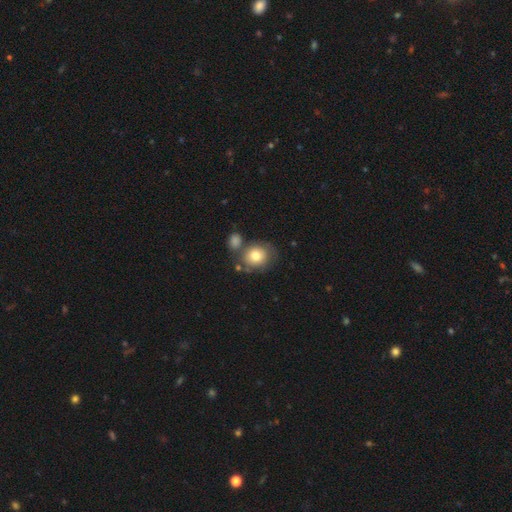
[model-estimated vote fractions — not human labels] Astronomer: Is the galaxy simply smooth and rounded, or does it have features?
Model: smooth — 77%.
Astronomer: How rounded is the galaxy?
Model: round — 73%.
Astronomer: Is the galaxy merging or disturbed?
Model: none — 59%.